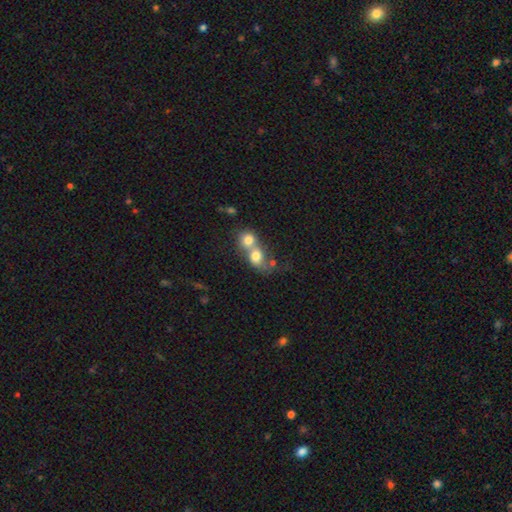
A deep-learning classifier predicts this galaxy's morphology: Overall: smooth (72%). How rounded: round (65%; in between 34%). Merging: merger (75%).